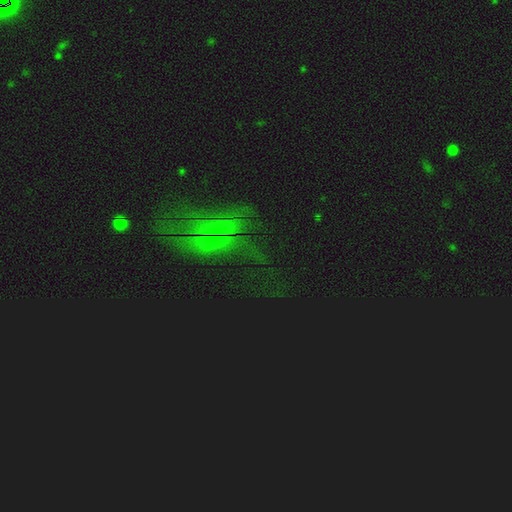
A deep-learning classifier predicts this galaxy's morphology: Smooth or featured? star or artifact (56%)